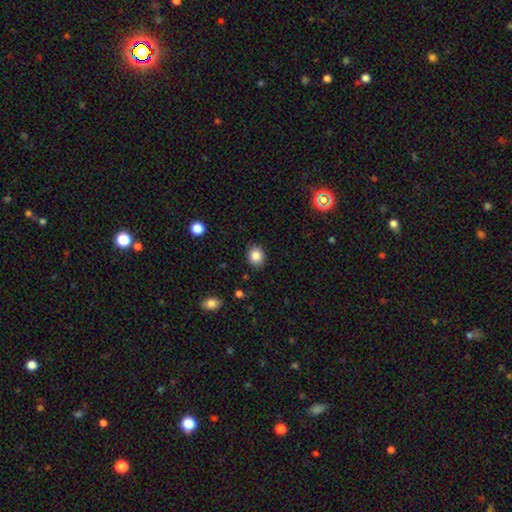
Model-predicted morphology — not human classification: Smooth or featured?
  - smooth: 85% *
  - star or artifact: 9%
  - featured or disk: 5%
How rounded?
  - round: 59% *
  - in between: 41%
  - cigar-shaped: 1%
Merging?
  - none: 88% *
  - minor disturbance: 9%
  - major disturbance: 2%
  - merger: 1%